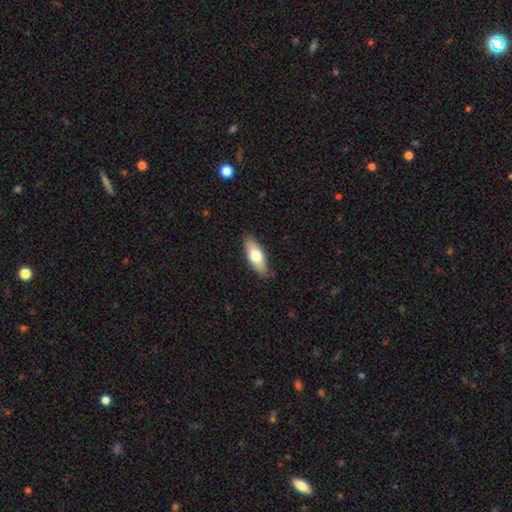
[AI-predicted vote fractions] Overall: smooth (67%; featured or disk 27%). How rounded: in between (72%). Merging: none (84%).